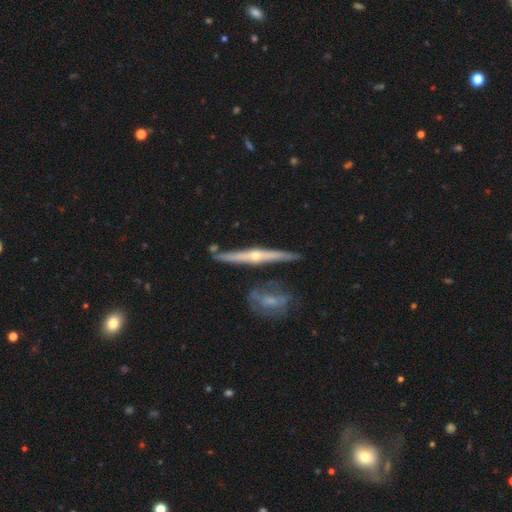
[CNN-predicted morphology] The model was most divided on "smooth or featured": featured or disk: 75%, smooth: 19%, star or artifact: 6%. More confident: edge-on disk — yes (95%); edge-on bulge — rounded (87%); merging — none (80%).